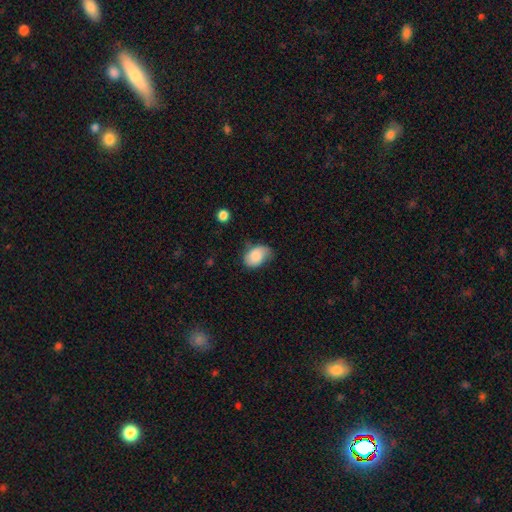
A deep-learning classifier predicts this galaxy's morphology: smooth 80%, featured or disk 13%, star or artifact 7%. Down the decision tree: how rounded — in between (83%); merging — none (51%).